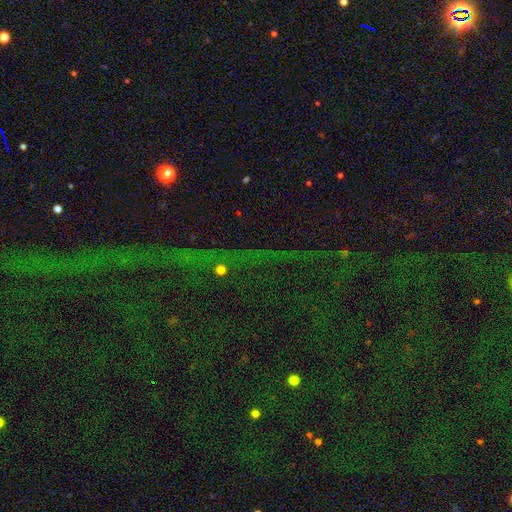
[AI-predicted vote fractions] star or artifact 83%, smooth 8%, featured or disk 8%.